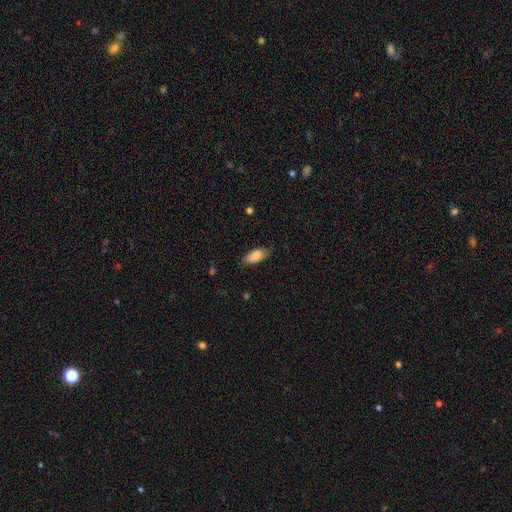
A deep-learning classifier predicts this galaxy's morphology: Smooth or featured? Predicted: smooth (p=0.83). How rounded? Predicted: in between (p=0.87). Merging? Predicted: none (p=0.78).